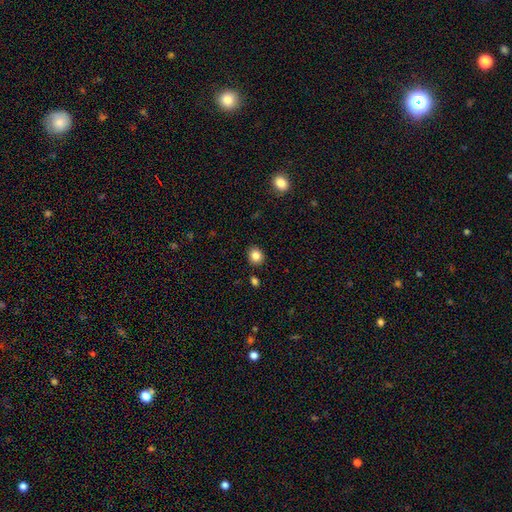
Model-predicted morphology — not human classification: This is clearly a smooth galaxy (84%). How rounded: likely round (71%). Merging: clearly none (88%).